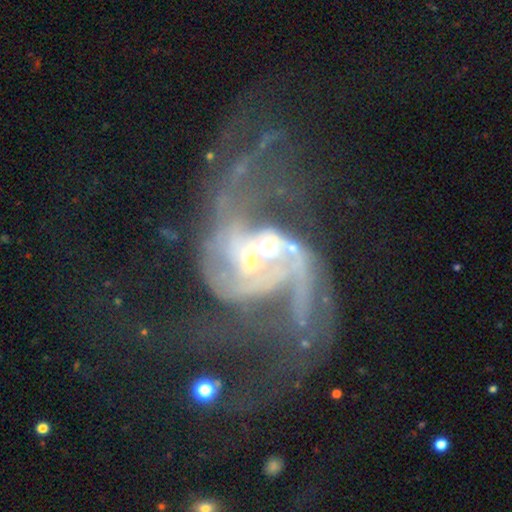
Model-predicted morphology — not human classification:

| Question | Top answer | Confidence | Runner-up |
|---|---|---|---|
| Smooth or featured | featured or disk | 87% | star or artifact (8%) |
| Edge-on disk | no | 98% | yes (2%) |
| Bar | no | 53% | weak (32%) |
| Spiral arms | yes | 92% | no (8%) |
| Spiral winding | loose | 57% | medium (33%) |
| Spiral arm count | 2 | 57% | can't tell (13%) |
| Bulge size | small | 47% | moderate (42%) |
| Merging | merger | 46% | major disturbance (29%) |